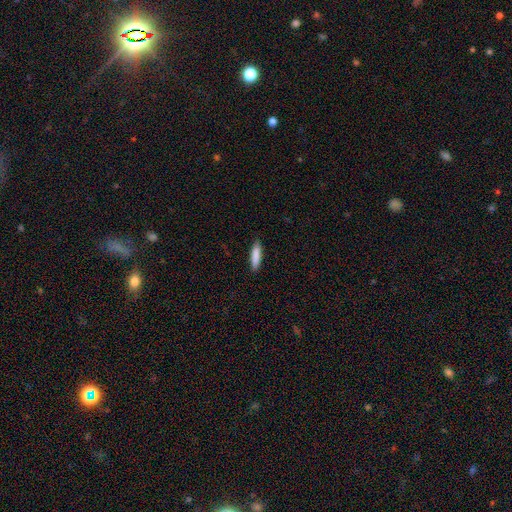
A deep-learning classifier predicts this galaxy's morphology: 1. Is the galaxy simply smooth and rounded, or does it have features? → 86% smooth, 8% featured or disk, 6% star or artifact.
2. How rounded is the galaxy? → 79% cigar-shaped, 20% in between, 1% round.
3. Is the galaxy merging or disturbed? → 88% none, 9% minor disturbance, 2% major disturbance, 1% merger.